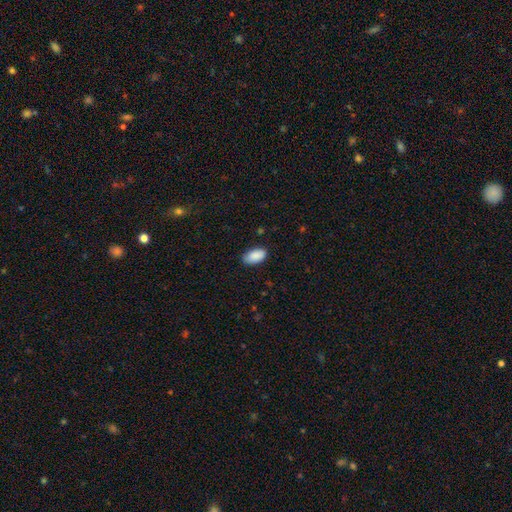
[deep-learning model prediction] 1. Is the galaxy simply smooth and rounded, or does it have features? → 90% smooth, 6% star or artifact, 4% featured or disk.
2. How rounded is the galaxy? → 95% in between, 3% round, 3% cigar-shaped.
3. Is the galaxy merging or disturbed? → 84% none, 13% minor disturbance, 2% major disturbance, 1% merger.